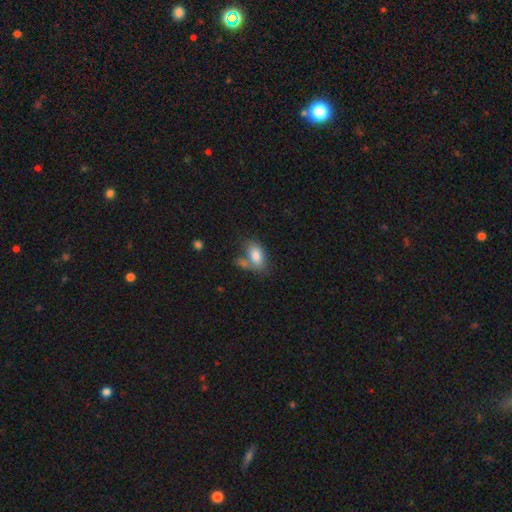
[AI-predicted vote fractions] Q: Smooth or featured?
A: smooth (80%); runner-up: featured or disk (12%)
Q: How rounded?
A: in between (90%); runner-up: round (7%)
Q: Merging?
A: none (46%); runner-up: merger (24%)